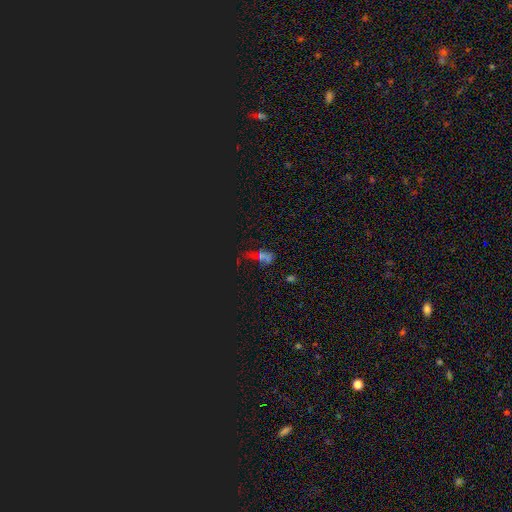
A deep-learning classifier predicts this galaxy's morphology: Q: Smooth or featured?
A: star or artifact (62%); runner-up: smooth (27%)